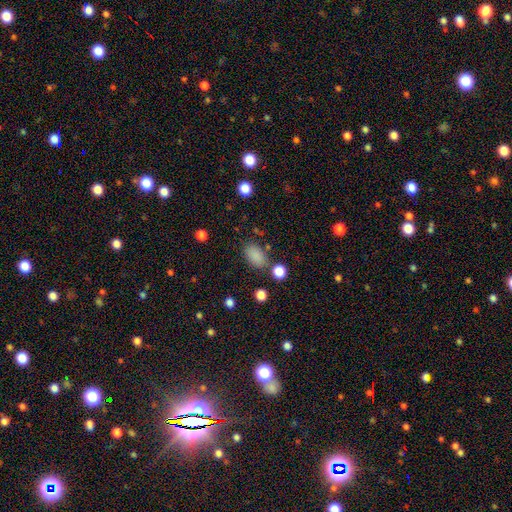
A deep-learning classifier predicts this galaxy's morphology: Smooth or featured? smooth (85%)
How rounded? in between (88%)
Merging? none (76%)